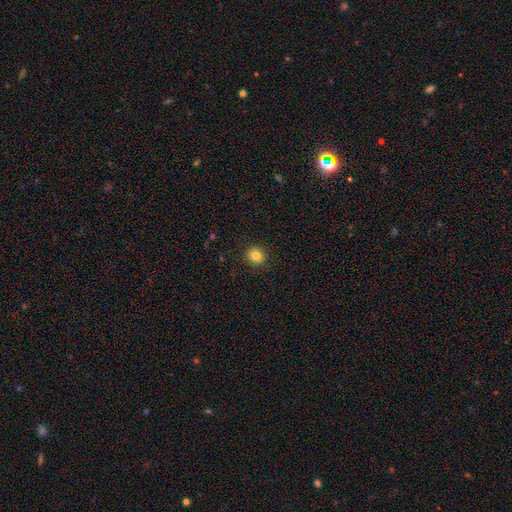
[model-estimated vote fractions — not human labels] This is clearly a smooth galaxy (84%). How rounded: clearly round (89%). Merging: clearly none (92%).